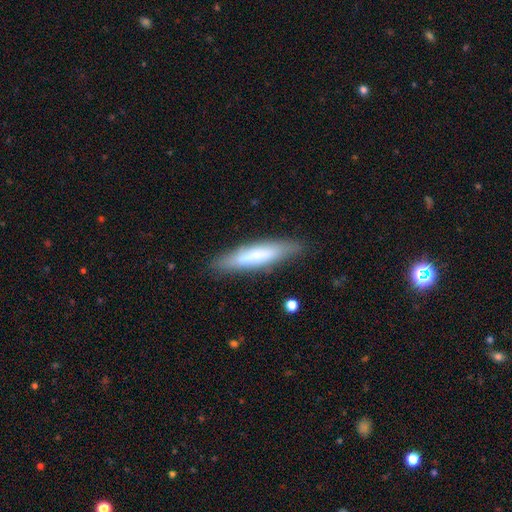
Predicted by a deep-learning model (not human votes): Smooth or featured: smooth — 60% (featured or disk — 34%)
How rounded: cigar-shaped — 80% (in between — 19%)
Merging: none — 85% (minor disturbance — 11%)